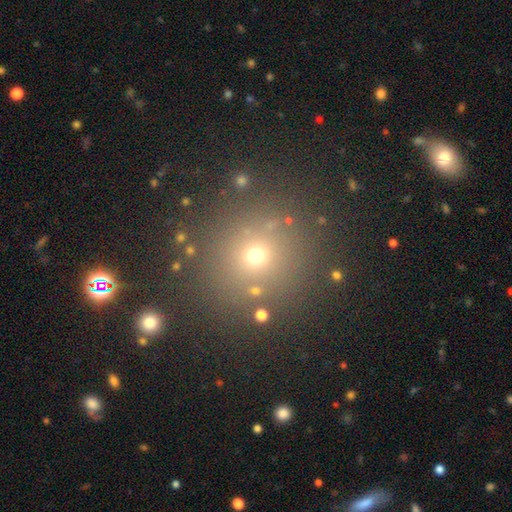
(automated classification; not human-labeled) smooth_or_featured: smooth (p=0.61) [alt: star or artifact p=0.30]
how_rounded: round (p=0.93) [alt: in between p=0.06]
merging: none (p=0.85) [alt: minor disturbance p=0.08]